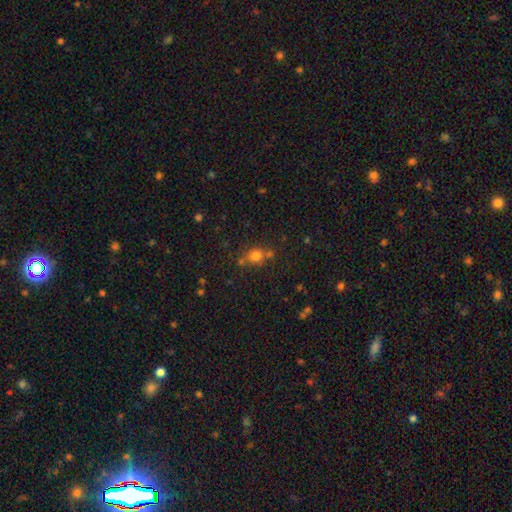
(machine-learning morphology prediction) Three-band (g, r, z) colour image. It shows a smooth galaxy with no disk features (75%) that is round (80%). Merging: none (65%).